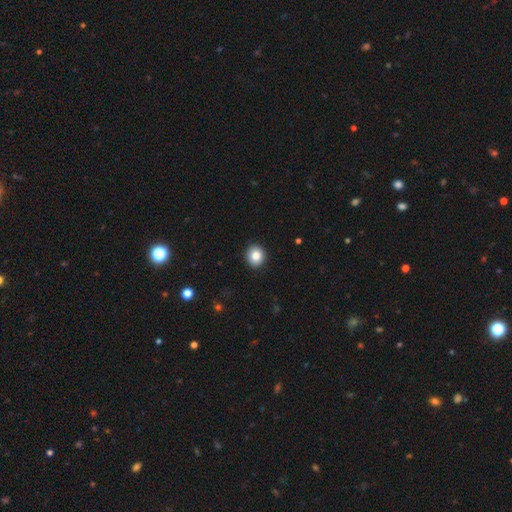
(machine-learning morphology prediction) A smooth galaxy with no disk features (85%) that is round (80%).

Vote fractions:
- Smooth or featured? smooth: 85% / star or artifact: 9% / featured or disk: 6%
- How rounded? round: 80% / in between: 20% / cigar-shaped: 1%
- Merging? none: 91% / minor disturbance: 6% / major disturbance: 2% / merger: 1%